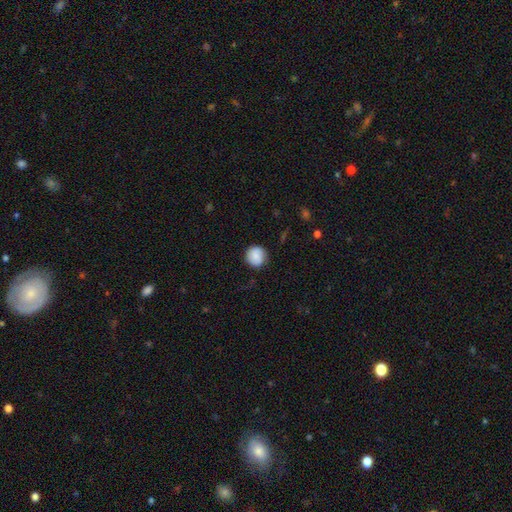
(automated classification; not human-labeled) Q: Smooth or featured?
A: smooth (79%); runner-up: featured or disk (13%)
Q: How rounded?
A: round (90%); runner-up: in between (9%)
Q: Merging?
A: none (81%); runner-up: minor disturbance (14%)